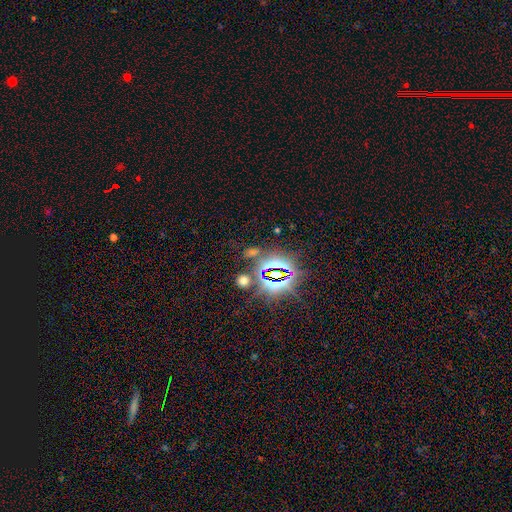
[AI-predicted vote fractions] Smooth or featured? Predicted: star or artifact (p=0.81).